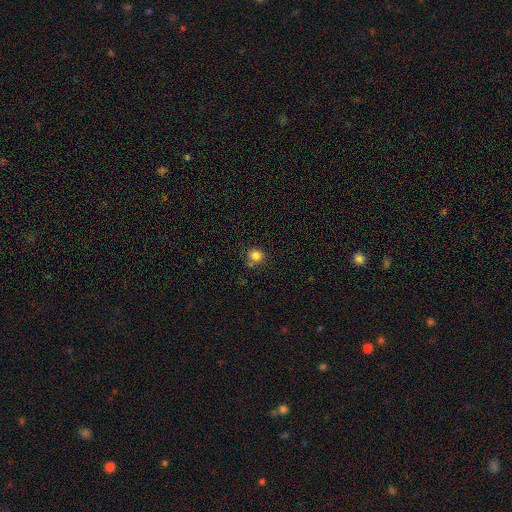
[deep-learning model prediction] A smooth galaxy with no disk features (83%) that is round (84%).

Vote fractions:
- Smooth or featured? smooth: 83% / star or artifact: 12% / featured or disk: 5%
- How rounded? round: 84% / in between: 15% / cigar-shaped: 1%
- Merging? none: 68% / minor disturbance: 18% / merger: 8% / major disturbance: 6%